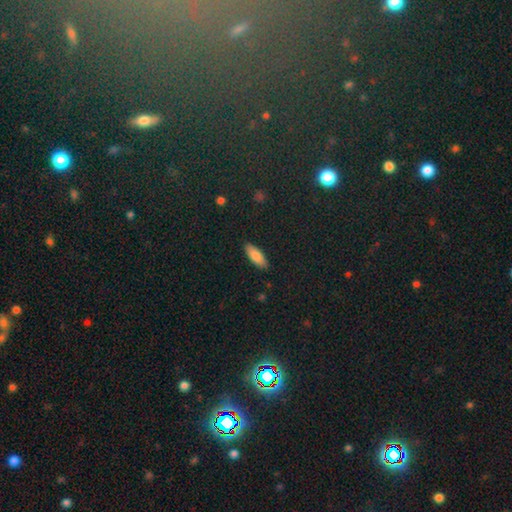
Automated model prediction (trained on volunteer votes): A smooth galaxy with no disk features (84%) that is in between round and cigar-shaped (69%). Merging: none (88%).